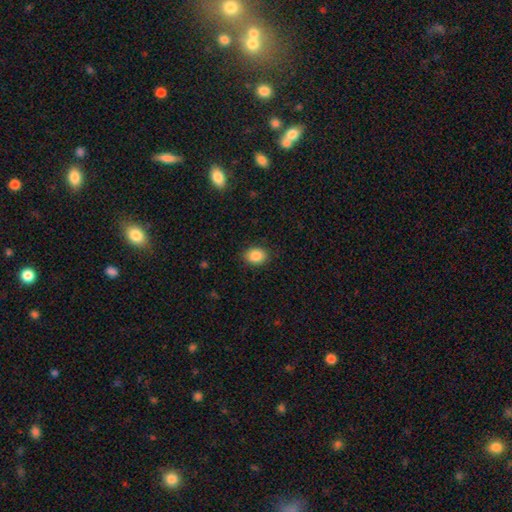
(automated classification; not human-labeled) A smooth galaxy with no disk features (87%) that is in between round and cigar-shaped (55%). Merging: none (88%).